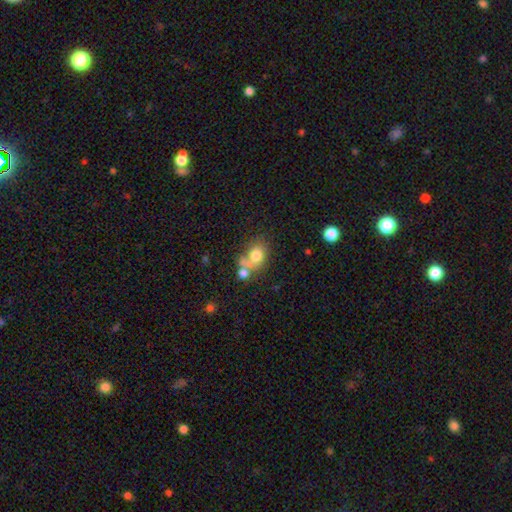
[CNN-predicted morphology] This is likely a smooth galaxy (73%). How rounded: possibly round (52%). Merging: marginally merger (40%).